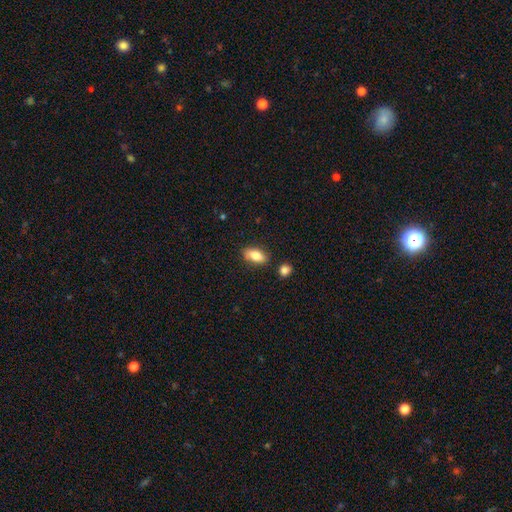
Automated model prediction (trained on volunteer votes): The model was most divided on "smooth or featured": smooth: 80%, featured or disk: 13%, star or artifact: 7%. More confident: how rounded — in between (87%); merging — none (81%).